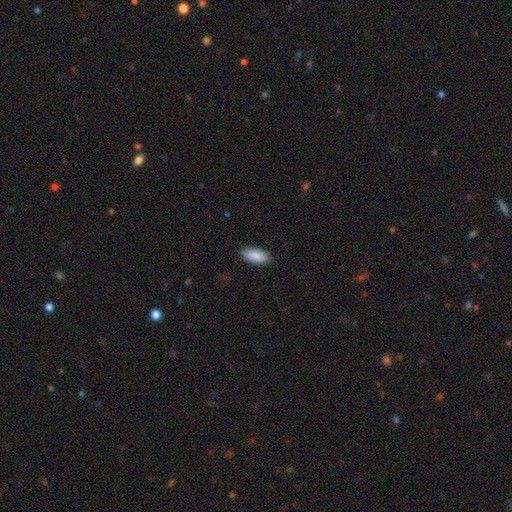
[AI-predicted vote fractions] smooth-or-featured: smooth: 89% | star or artifact: 6% | featured or disk: 5%
  how-rounded: in between: 88% | cigar-shaped: 10% | round: 2%
  merging: none: 89% | minor disturbance: 8% | major disturbance: 2% | merger: 1%